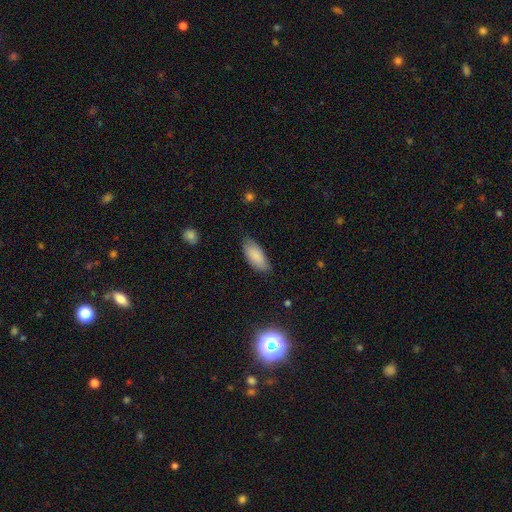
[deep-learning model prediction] This appears to be a smooth galaxy with no disk features (86%) that is in between round and cigar-shaped (85%). Merging: none (79%).